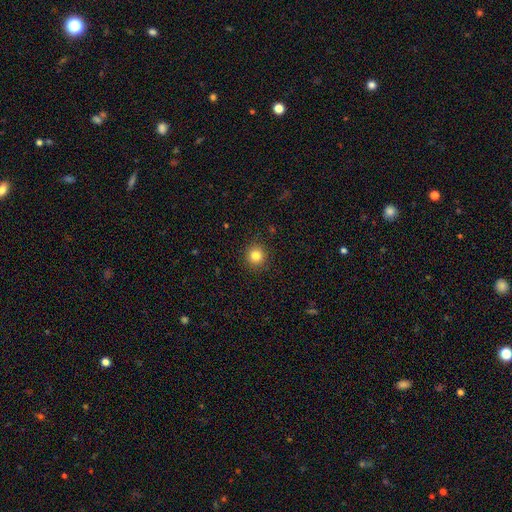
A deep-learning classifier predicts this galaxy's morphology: Q: Smooth or featured?
A: smooth (83%); runner-up: star or artifact (12%)
Q: How rounded?
A: round (93%); runner-up: in between (6%)
Q: Merging?
A: none (91%); runner-up: minor disturbance (6%)